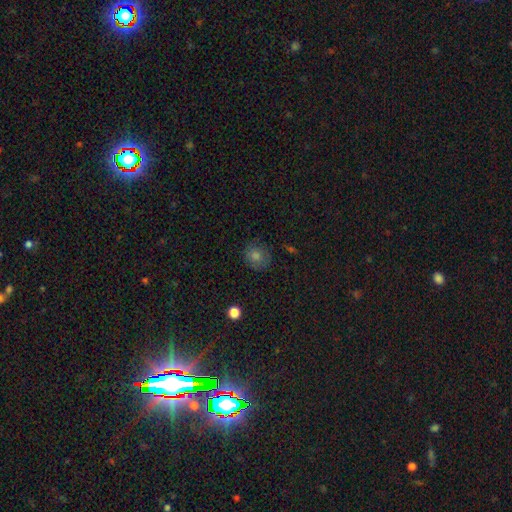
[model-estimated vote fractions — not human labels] Overall: smooth (65%). How rounded: round (78%). Merging: none (80%).